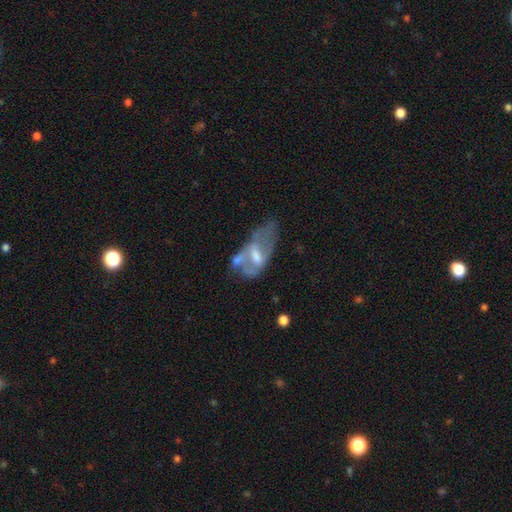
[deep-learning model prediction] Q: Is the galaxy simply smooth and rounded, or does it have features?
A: featured or disk — 60%.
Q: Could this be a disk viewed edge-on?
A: no — 90%.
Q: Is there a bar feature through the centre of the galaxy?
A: no — 41%.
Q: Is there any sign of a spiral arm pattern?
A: no — 68%.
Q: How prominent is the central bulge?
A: moderate — 50%.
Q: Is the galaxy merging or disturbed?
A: major disturbance — 30%.